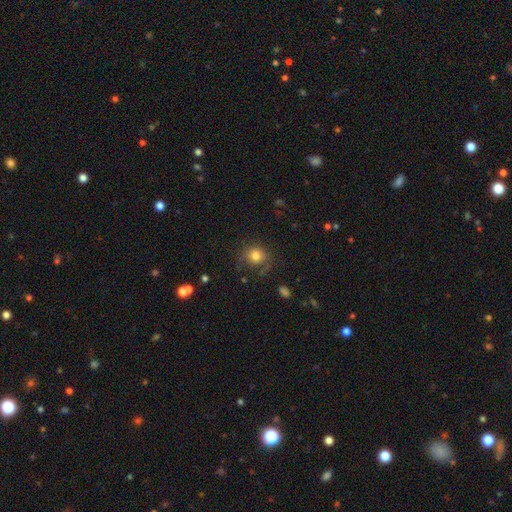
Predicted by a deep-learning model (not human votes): smooth-or-featured: smooth: 79% | star or artifact: 12% | featured or disk: 9%
  how-rounded: round: 84% | in between: 15% | cigar-shaped: 1%
  merging: none: 71% | minor disturbance: 18% | major disturbance: 8% | merger: 2%